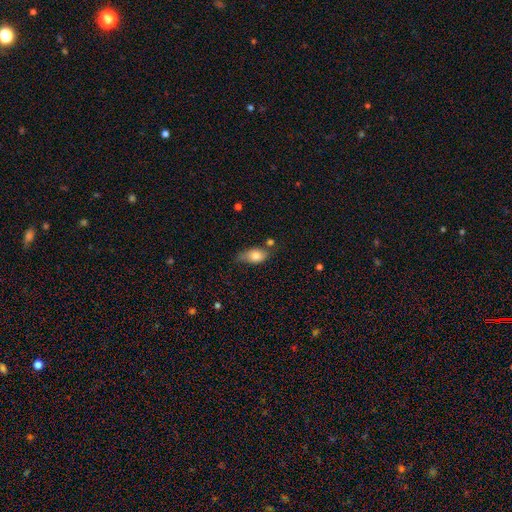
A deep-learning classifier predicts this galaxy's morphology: Smooth or featured?
  - smooth: 76% *
  - featured or disk: 17%
  - star or artifact: 8%
How rounded?
  - in between: 86% *
  - round: 9%
  - cigar-shaped: 5%
Merging?
  - none: 46% *
  - minor disturbance: 35%
  - major disturbance: 10%
  - merger: 8%